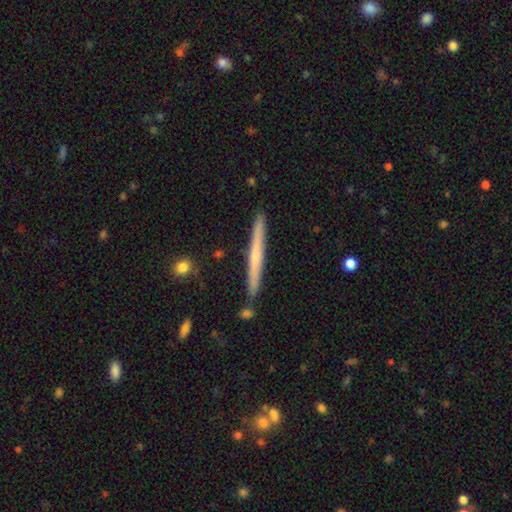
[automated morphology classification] Smooth or featured?
  - featured or disk: 53% *
  - smooth: 41%
  - star or artifact: 6%
Edge-on disk?
  - yes: 97% *
  - no: 3%
Edge-on bulge?
  - none: 54% *
  - rounded: 41%
  - boxy: 5%
Merging?
  - none: 89% *
  - minor disturbance: 7%
  - merger: 3%
  - major disturbance: 1%